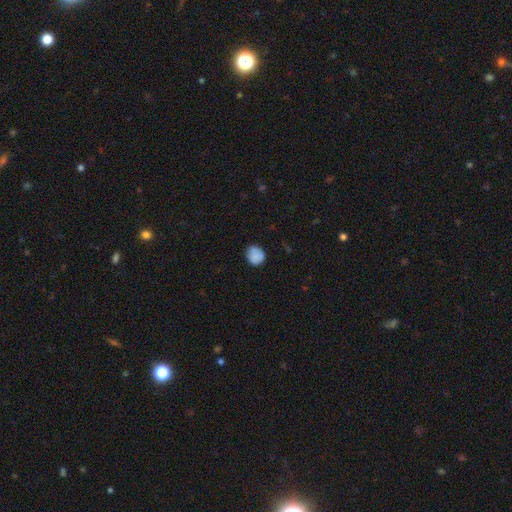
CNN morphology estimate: Overall: smooth (86%). How rounded: round (77%). Merging: none (77%).